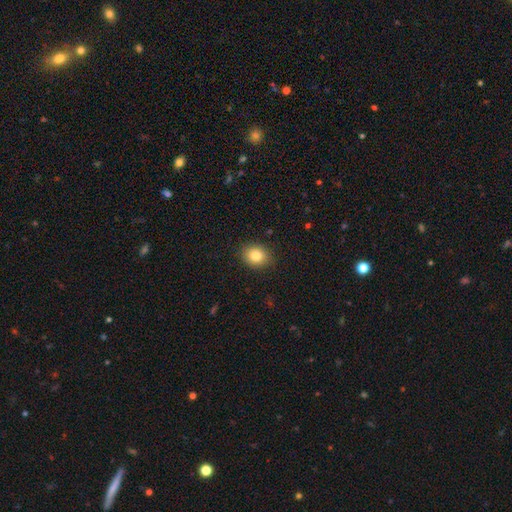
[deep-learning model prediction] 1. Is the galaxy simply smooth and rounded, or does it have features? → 83% smooth, 10% star or artifact, 7% featured or disk.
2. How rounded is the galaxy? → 58% round, 41% in between, 1% cigar-shaped.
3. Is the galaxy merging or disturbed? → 88% none, 9% minor disturbance, 2% major disturbance, 1% merger.